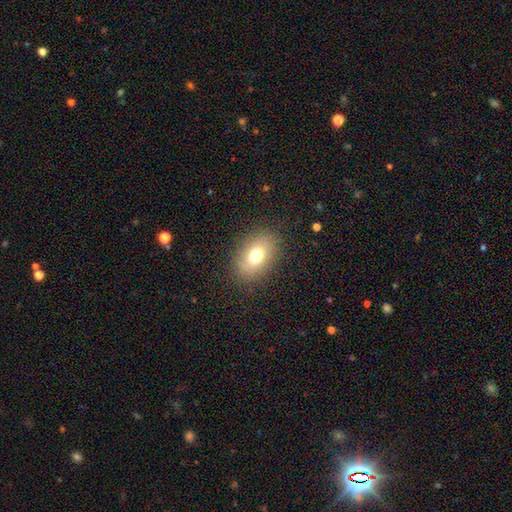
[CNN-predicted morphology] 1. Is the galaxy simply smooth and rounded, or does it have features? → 73% smooth, 16% featured or disk, 11% star or artifact.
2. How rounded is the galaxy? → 83% in between, 15% round, 2% cigar-shaped.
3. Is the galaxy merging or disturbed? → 85% none, 10% minor disturbance, 4% major disturbance, 1% merger.